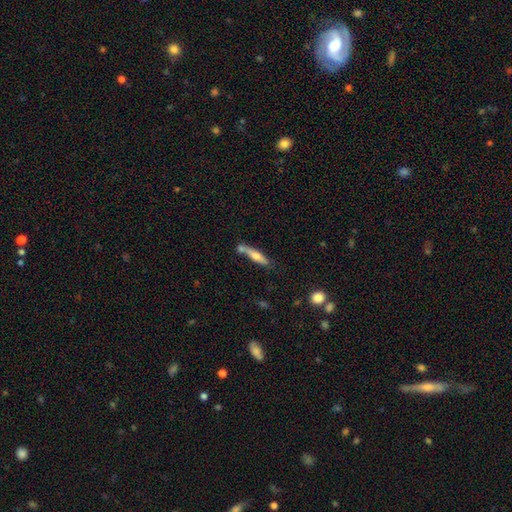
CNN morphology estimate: Smooth or featured?
  - smooth: 49% *
  - featured or disk: 44%
  - star or artifact: 7%
Merging?
  - none: 61% *
  - merger: 18%
  - minor disturbance: 16%
  - major disturbance: 5%